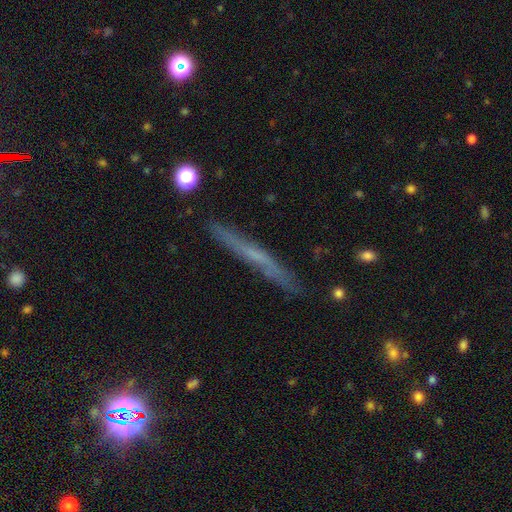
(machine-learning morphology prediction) This appears to be a featured or disk galaxy (49%). Merging: none (85%).